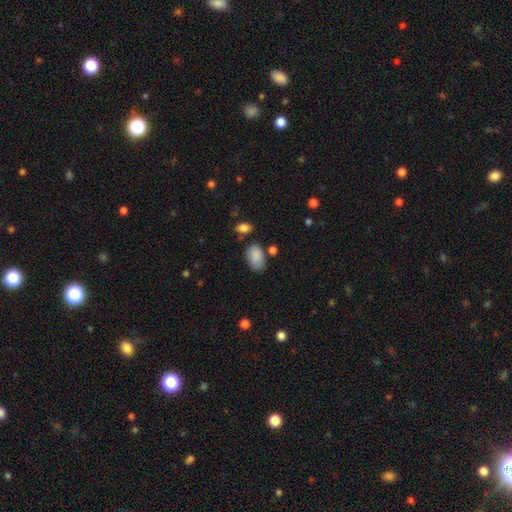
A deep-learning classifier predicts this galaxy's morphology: Smooth or featured? Predicted: smooth (p=0.86). How rounded? Predicted: in between (p=0.91). Merging? Predicted: none (p=0.65).